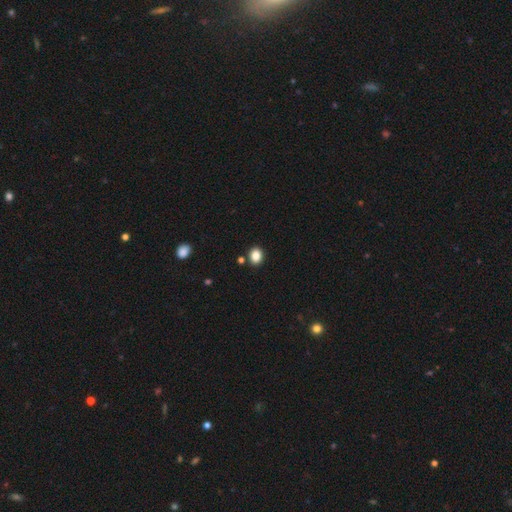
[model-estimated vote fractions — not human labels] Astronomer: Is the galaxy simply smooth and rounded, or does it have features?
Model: smooth — 86%.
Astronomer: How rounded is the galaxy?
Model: in between — 52% (runner-up: round, 47%).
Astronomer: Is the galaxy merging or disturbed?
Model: none — 85%.